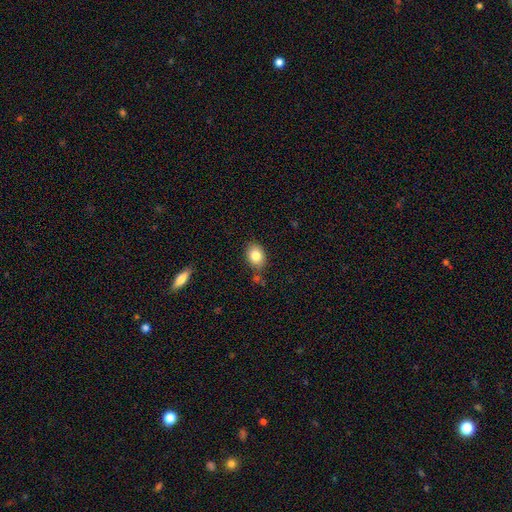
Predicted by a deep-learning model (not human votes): A smooth galaxy with no disk features (83%) that is in between round and cigar-shaped (66%). Merging: none (77%).